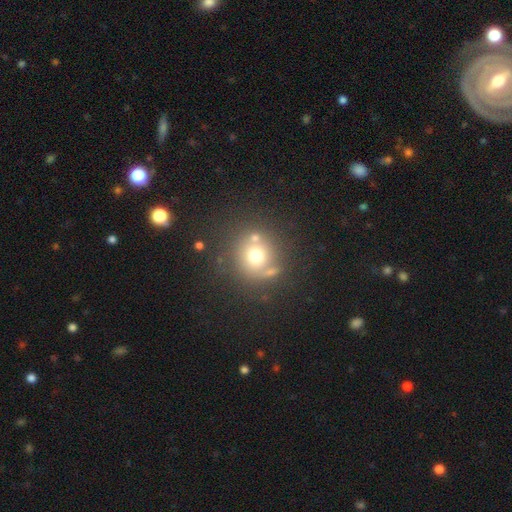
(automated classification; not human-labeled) Overall: smooth (68%). How rounded: round (89%). Merging: none (65%).